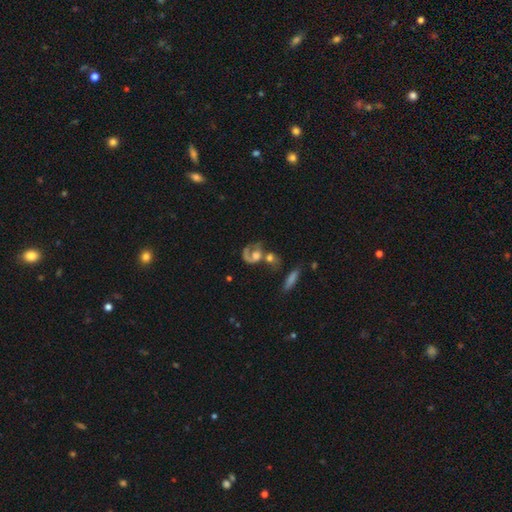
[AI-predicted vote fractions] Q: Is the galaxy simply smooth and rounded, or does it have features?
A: featured or disk — 67%.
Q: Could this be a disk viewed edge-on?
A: no — 95%.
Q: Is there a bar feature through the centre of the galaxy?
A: no — 72%.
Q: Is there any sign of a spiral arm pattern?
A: yes — 80%.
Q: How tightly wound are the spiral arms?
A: medium — 41%.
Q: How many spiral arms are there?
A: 1 — 59%.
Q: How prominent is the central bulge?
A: moderate — 47%.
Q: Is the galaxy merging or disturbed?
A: merger — 39%.